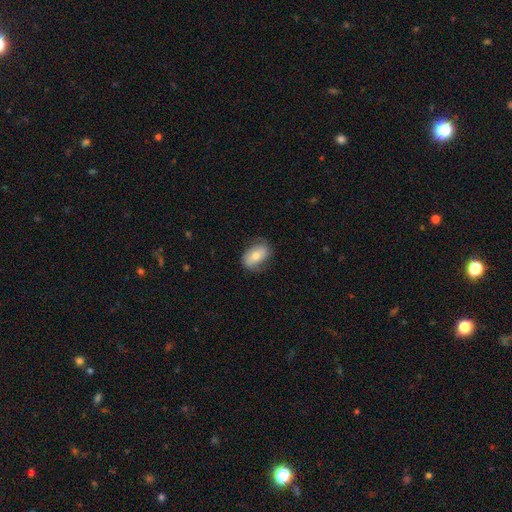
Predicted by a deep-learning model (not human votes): Q: Smooth or featured?
A: smooth (56%); runner-up: featured or disk (37%)
Q: How rounded?
A: in between (86%); runner-up: round (12%)
Q: Merging?
A: none (72%); runner-up: minor disturbance (21%)